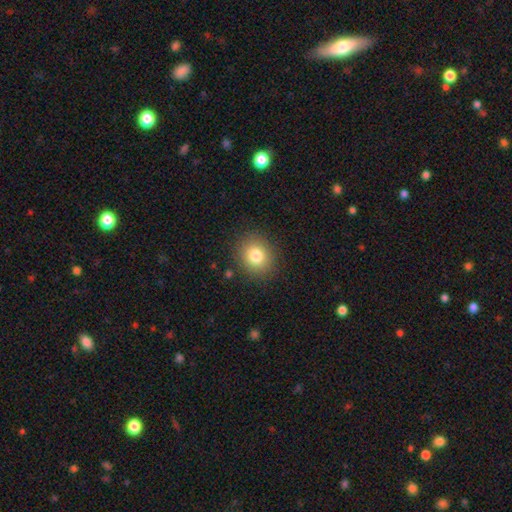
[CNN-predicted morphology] This appears to be a smooth galaxy with no disk features (80%) that is round (76%). Merging: none (88%).